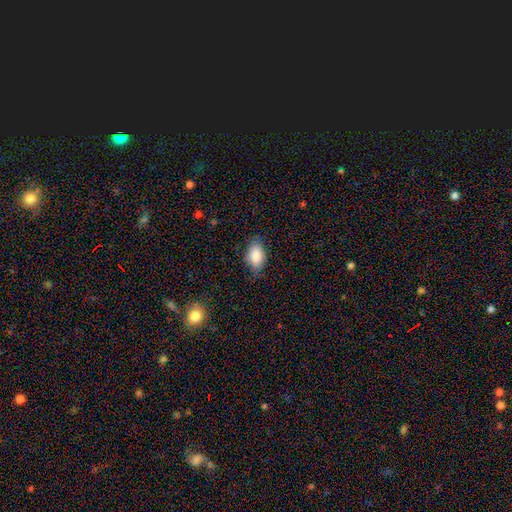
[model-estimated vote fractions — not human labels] Morphology: type=smooth (85%); roundness=in between (92%); merging=none (76%).